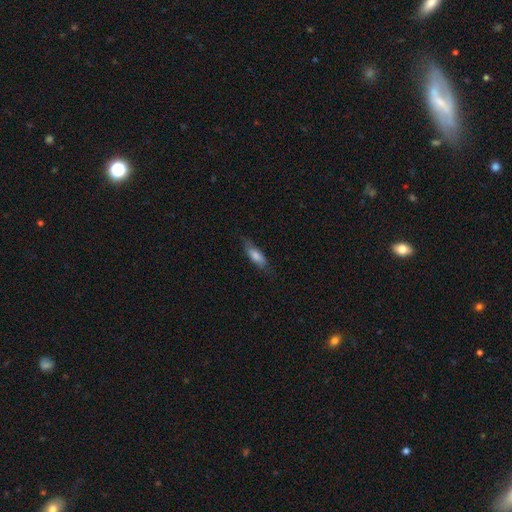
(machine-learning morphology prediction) The model was most divided on "how rounded": in between: 59%, cigar-shaped: 39%, round: 2%. More confident: smooth or featured — smooth (74%); merging — none (71%).